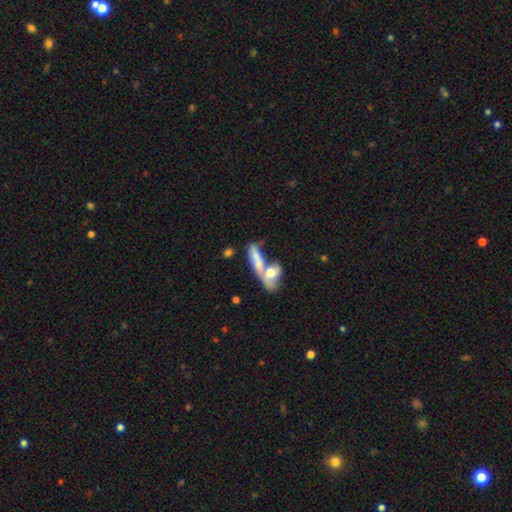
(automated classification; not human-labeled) smooth-or-featured: smooth: 65% | featured or disk: 27% | star or artifact: 8%
  how-rounded: in between: 62% | cigar-shaped: 31% | round: 7%
  merging: merger: 66% | none: 18% | minor disturbance: 8% | major disturbance: 8%